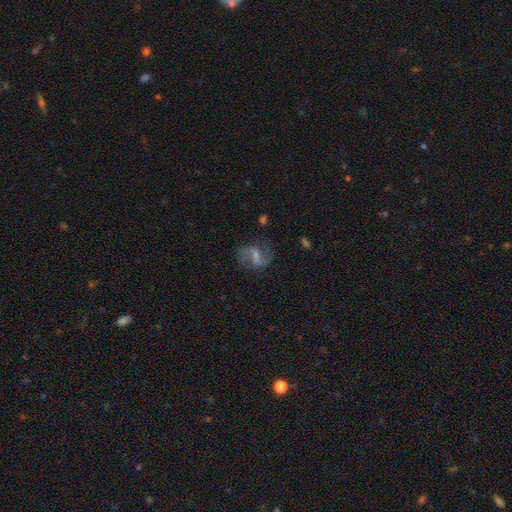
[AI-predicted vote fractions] Smooth or featured?
  - featured or disk: 78% *
  - smooth: 12%
  - star or artifact: 10%
Edge-on disk?
  - no: 97% *
  - yes: 3%
Bar?
  - weak: 50% *
  - strong: 31%
  - no: 19%
Spiral arms?
  - yes: 94% *
  - no: 6%
Spiral winding?
  - loose: 48% *
  - medium: 42%
  - tight: 10%
Spiral arm count?
  - 2: 90% *
  - can't tell: 4%
  - 1: 3%
  - 3: 1%
  - 4: 1%
  - more than 4: 1%
Bulge size?
  - small: 43% *
  - moderate: 27%
  - none: 25%
  - large: 4%
  - dominant: 1%
Merging?
  - none: 77% *
  - minor disturbance: 14%
  - major disturbance: 7%
  - merger: 2%